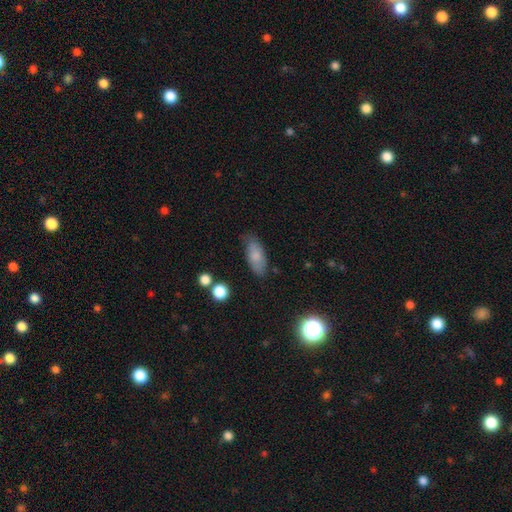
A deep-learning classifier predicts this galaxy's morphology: Overall: smooth (78%). How rounded: in between (82%). Merging: none (72%).